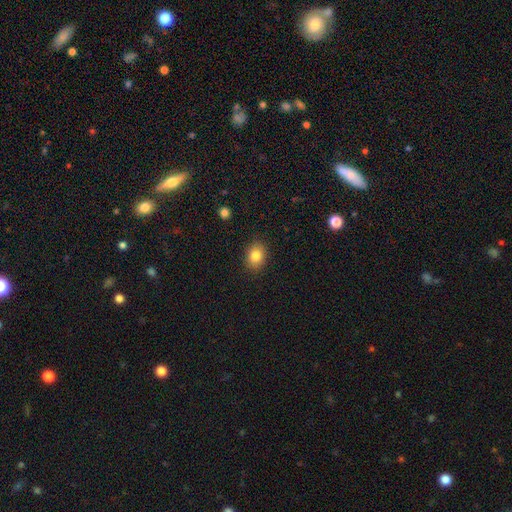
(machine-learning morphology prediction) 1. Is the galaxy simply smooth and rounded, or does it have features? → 83% smooth, 10% star or artifact, 7% featured or disk.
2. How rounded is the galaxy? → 61% in between, 38% round, 1% cigar-shaped.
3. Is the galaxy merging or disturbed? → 88% none, 9% minor disturbance, 2% major disturbance, 1% merger.